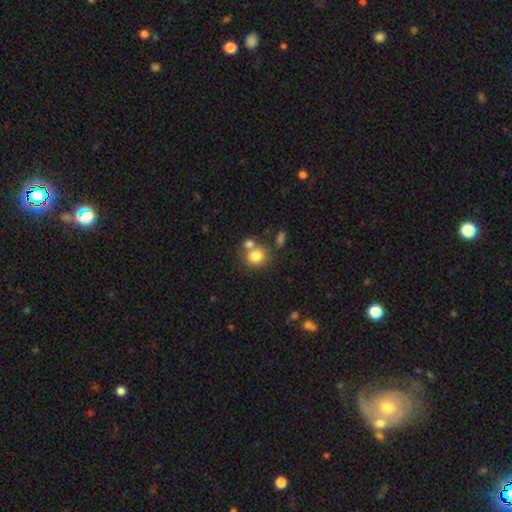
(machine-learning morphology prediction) Smooth or featured? smooth (79%)
How rounded? round (77%)
Merging? none (53%)